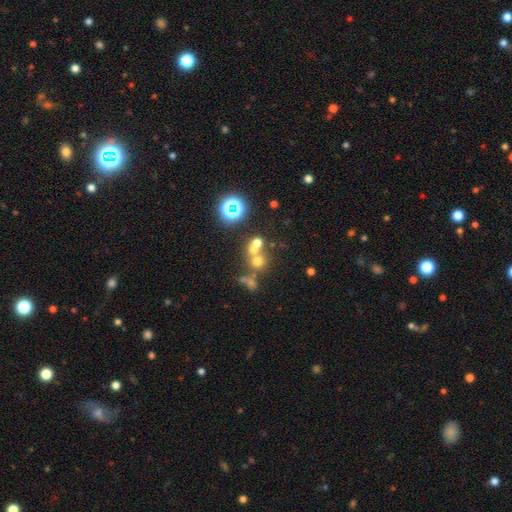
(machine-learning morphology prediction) smooth 48%, star or artifact 31%, featured or disk 20%. Down the decision tree: merging — none (48%).